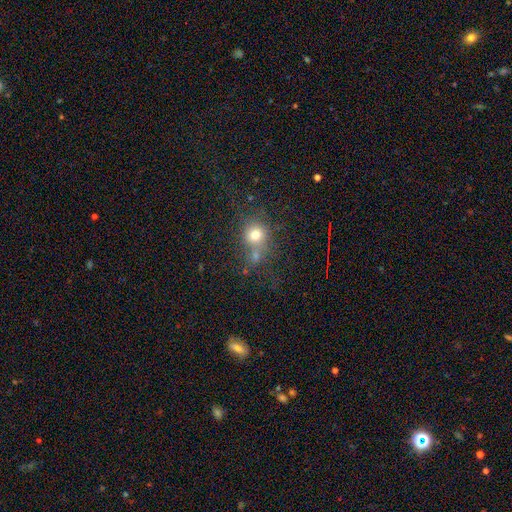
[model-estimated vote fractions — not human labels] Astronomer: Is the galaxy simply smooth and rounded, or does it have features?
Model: smooth — 67%.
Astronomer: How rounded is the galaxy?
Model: round — 82%.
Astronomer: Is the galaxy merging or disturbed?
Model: none — 54%.